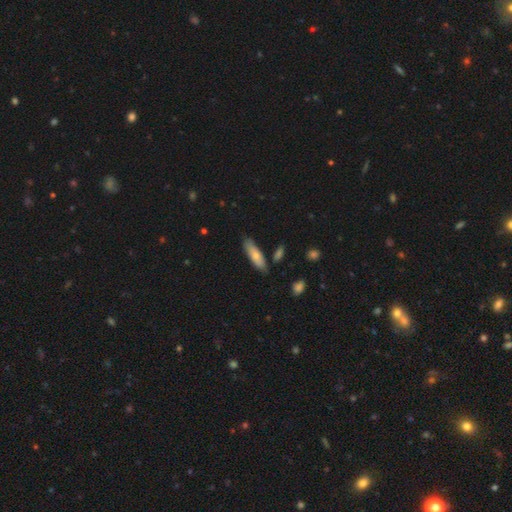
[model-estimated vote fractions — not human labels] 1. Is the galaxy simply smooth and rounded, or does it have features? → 71% smooth, 23% featured or disk, 6% star or artifact.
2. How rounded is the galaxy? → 51% cigar-shaped, 47% in between, 2% round.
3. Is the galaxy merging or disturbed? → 76% none, 17% minor disturbance, 4% merger, 3% major disturbance.